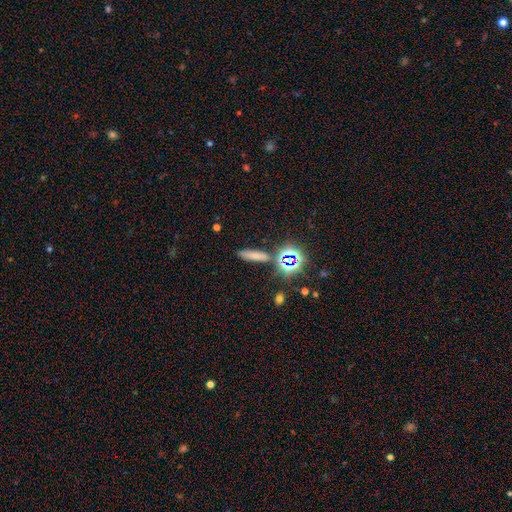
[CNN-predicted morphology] Smooth or featured? smooth (66%)
How rounded? cigar-shaped (68%)
Merging? none (81%)